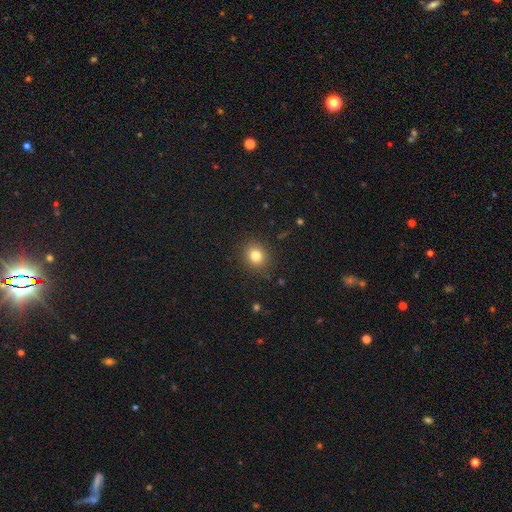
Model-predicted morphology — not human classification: smooth-or-featured: smooth: 80% | star or artifact: 12% | featured or disk: 7%
  how-rounded: round: 77% | in between: 22% | cigar-shaped: 1%
  merging: none: 88% | minor disturbance: 8% | major disturbance: 3% | merger: 1%